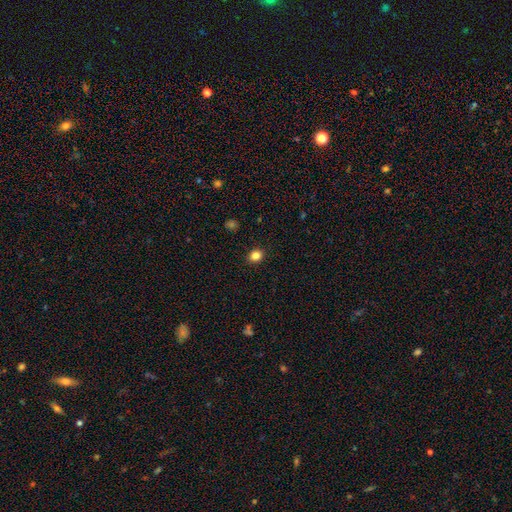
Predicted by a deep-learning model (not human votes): Smooth or featured: smooth — 83% (star or artifact — 12%)
How rounded: round — 69% (in between — 30%)
Merging: none — 91% (minor disturbance — 6%)